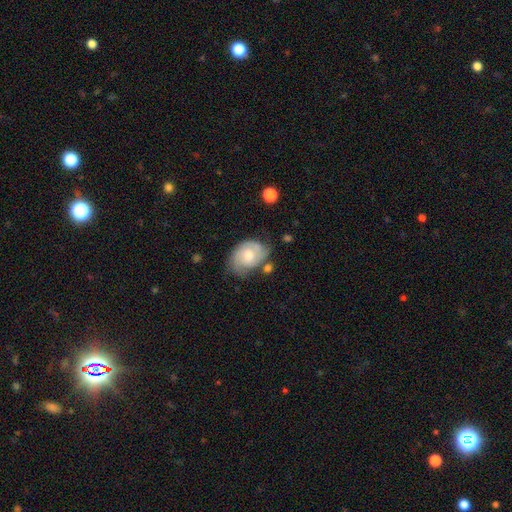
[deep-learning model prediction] Smooth or featured? featured or disk (63%)
Edge-on disk? no (96%)
Bar? no (71%)
Spiral arms? yes (84%)
Spiral winding? tight (51%)
Spiral arm count? 2 (49%)
Bulge size? moderate (67%)
Merging? none (57%)